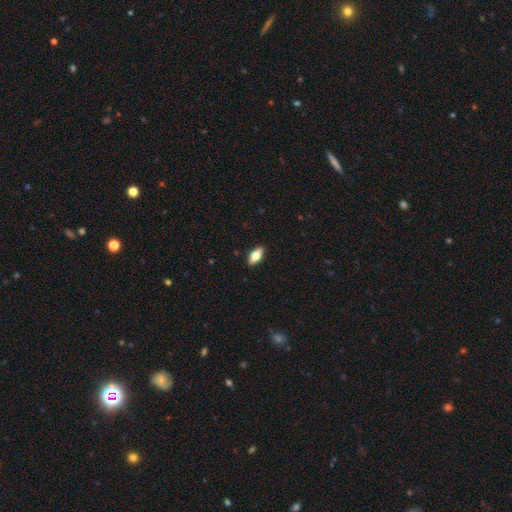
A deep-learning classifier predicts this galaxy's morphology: Overall: smooth (59%; featured or disk 34%). How rounded: in between (80%). Merging: none (89%).